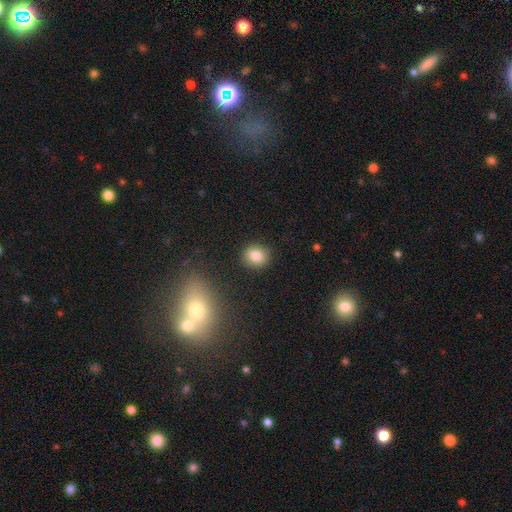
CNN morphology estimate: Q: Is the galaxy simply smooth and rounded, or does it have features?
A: smooth — 83%.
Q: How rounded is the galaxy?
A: round — 80%.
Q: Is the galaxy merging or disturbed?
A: none — 89%.